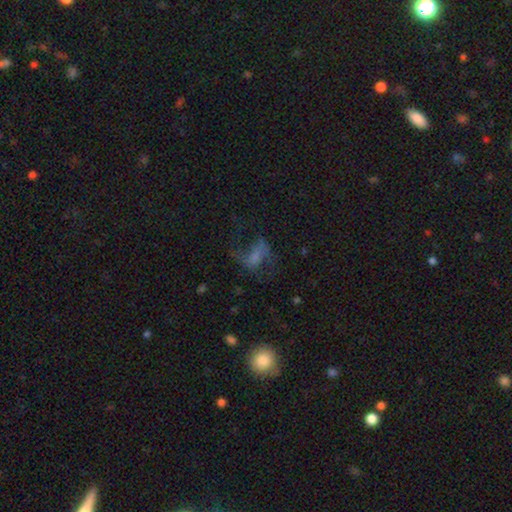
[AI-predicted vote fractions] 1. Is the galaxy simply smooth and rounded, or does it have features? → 48% featured or disk, 36% smooth, 16% star or artifact.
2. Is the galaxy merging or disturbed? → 41% major disturbance, 38% none, 18% minor disturbance, 3% merger.